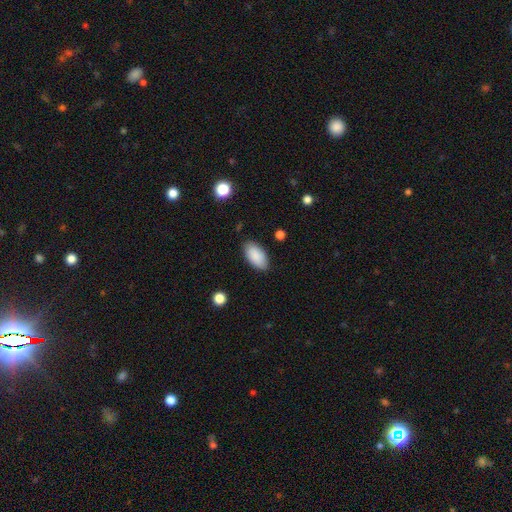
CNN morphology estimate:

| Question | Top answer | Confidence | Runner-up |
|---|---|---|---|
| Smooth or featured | smooth | 89% | star or artifact (6%) |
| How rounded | in between | 94% | cigar-shaped (3%) |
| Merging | none | 86% | minor disturbance (10%) |